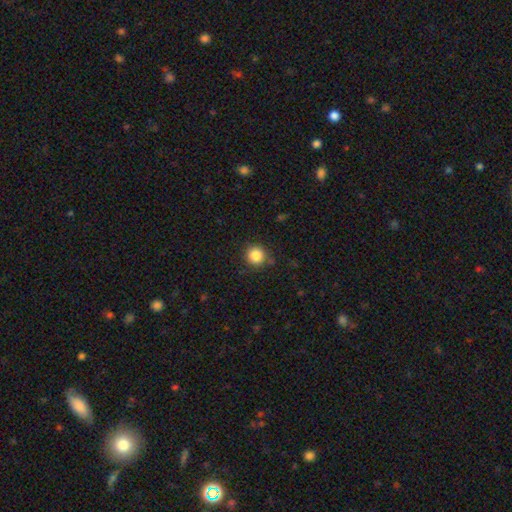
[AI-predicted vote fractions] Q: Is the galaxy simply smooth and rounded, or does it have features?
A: smooth — 85%.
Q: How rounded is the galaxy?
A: round — 94%.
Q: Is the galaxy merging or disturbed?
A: none — 86%.